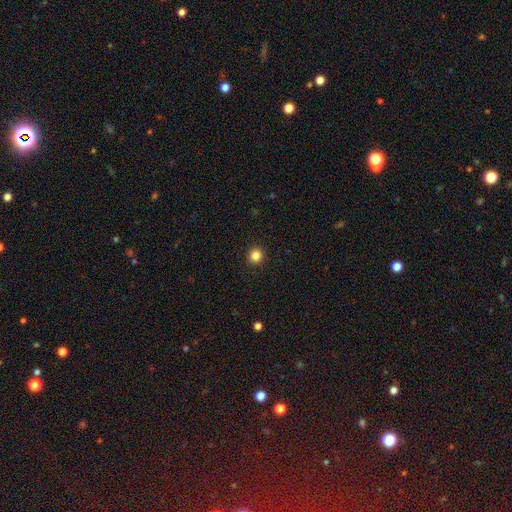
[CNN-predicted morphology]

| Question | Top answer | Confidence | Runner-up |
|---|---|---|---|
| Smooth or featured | smooth | 84% | star or artifact (12%) |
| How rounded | round | 94% | in between (5%) |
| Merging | none | 93% | minor disturbance (4%) |